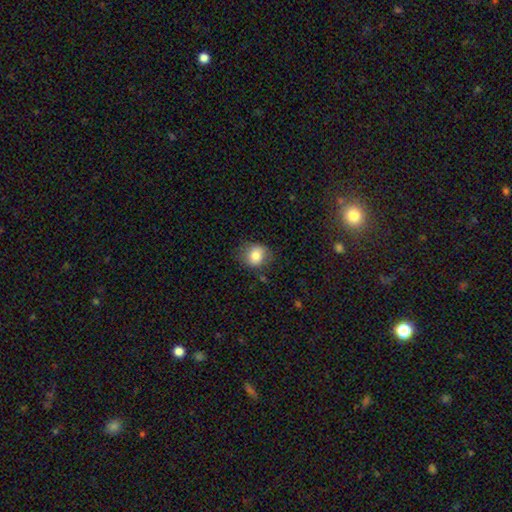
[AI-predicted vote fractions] Smooth or featured? smooth (81%)
How rounded? round (67%)
Merging? none (73%)